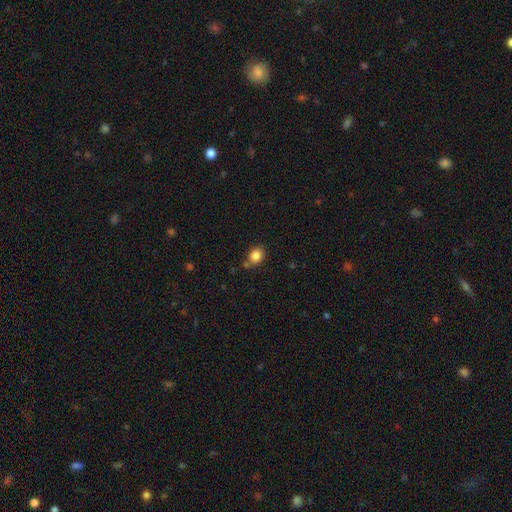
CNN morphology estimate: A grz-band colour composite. It shows a smooth galaxy with no disk features (84%) that is round (61%). Merging: none (70%).